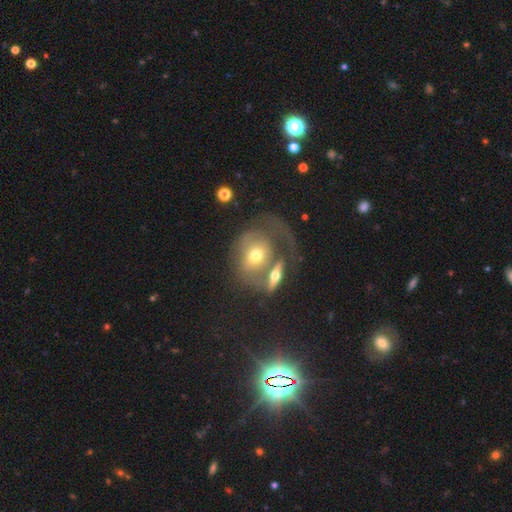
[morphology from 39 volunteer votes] Overall: smooth (49%; featured or disk 41%). How rounded: round (84%). Merging: merger (49%; major disturbance 40%).